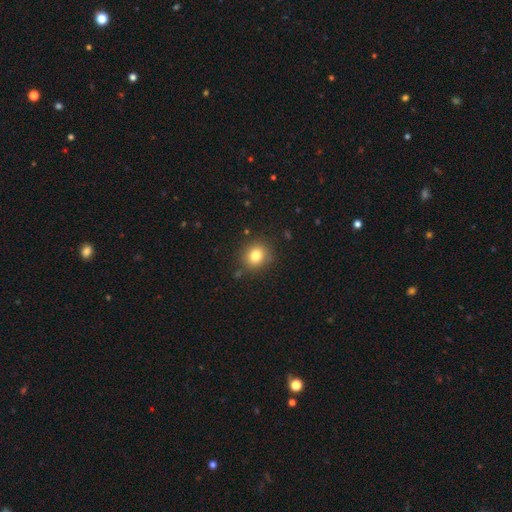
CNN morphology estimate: smooth_or_featured: smooth (p=0.81) [alt: star or artifact p=0.11]
how_rounded: round (p=0.78) [alt: in between p=0.21]
merging: none (p=0.85) [alt: minor disturbance p=0.10]